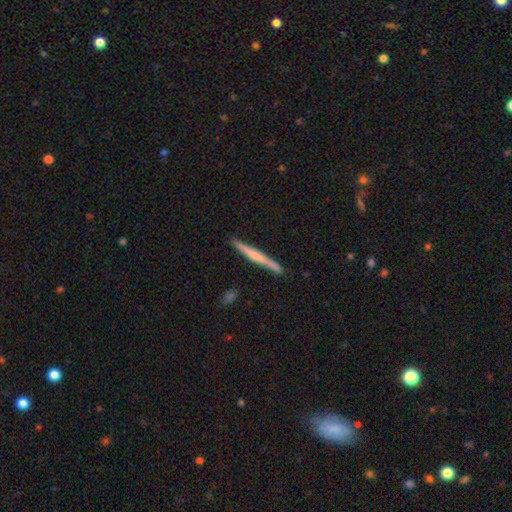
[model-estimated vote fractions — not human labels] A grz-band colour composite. It shows a featured or disk galaxy (51%) viewed edge-on (97%). Merging: none (89%).